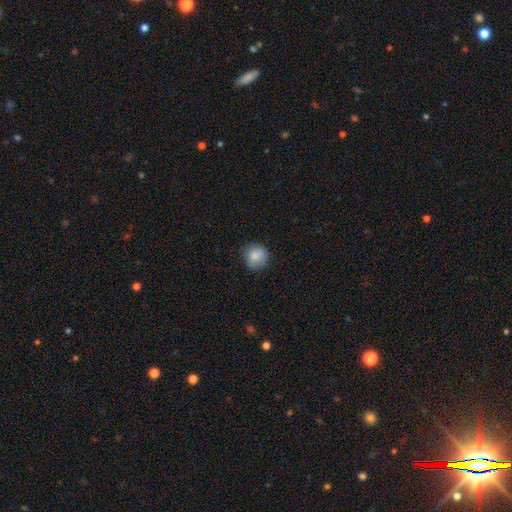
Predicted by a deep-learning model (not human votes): A smooth galaxy with no disk features (84%) that is round (89%). Merging: none (79%).